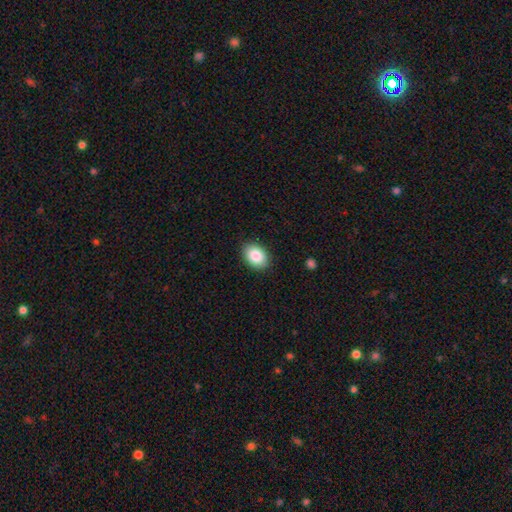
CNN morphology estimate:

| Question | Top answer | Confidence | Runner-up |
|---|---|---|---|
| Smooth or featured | smooth | 86% | star or artifact (7%) |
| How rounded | in between | 81% | round (18%) |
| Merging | none | 88% | minor disturbance (9%) |